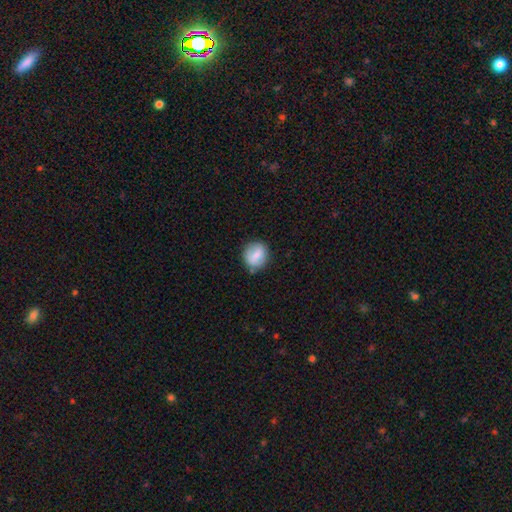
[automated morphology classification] This is likely a smooth galaxy (76%). How rounded: likely round (79%). Merging: likely none (76%).